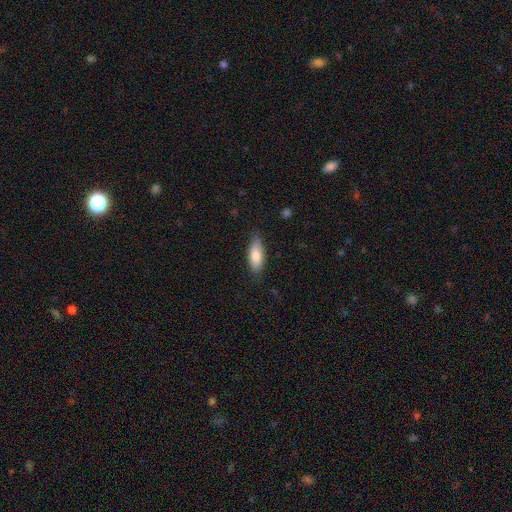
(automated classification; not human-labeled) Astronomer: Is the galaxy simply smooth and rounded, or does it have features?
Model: smooth — 81%.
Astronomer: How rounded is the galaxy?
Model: in between — 75%.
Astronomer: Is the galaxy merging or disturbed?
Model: none — 76%.